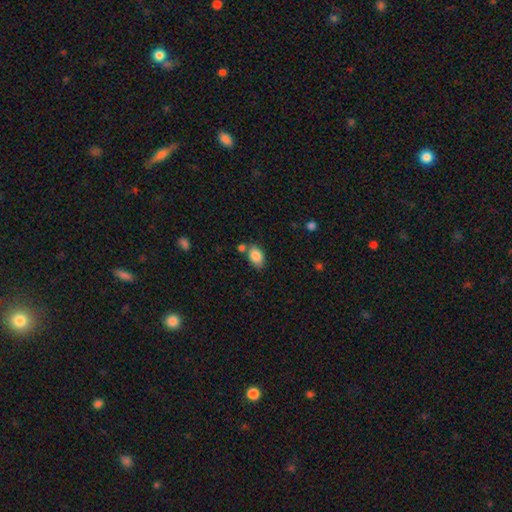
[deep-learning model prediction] Smooth or featured?
  - smooth: 85% *
  - star or artifact: 8%
  - featured or disk: 7%
How rounded?
  - in between: 82% *
  - round: 17%
  - cigar-shaped: 1%
Merging?
  - none: 63% *
  - minor disturbance: 17%
  - merger: 15%
  - major disturbance: 4%